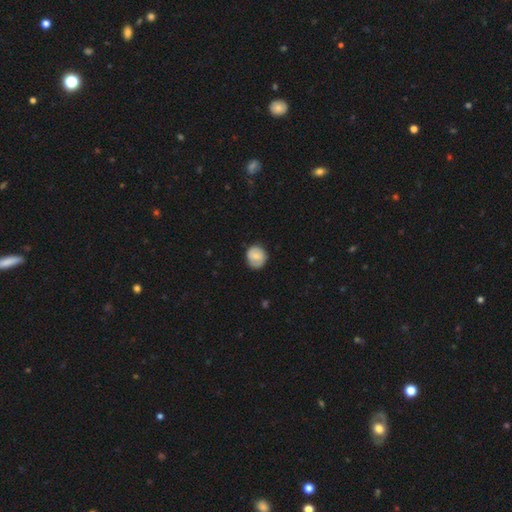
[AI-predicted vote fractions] Smooth or featured?
  - smooth: 75% *
  - featured or disk: 18%
  - star or artifact: 7%
How rounded?
  - round: 81% *
  - in between: 18%
  - cigar-shaped: 1%
Merging?
  - none: 77% *
  - minor disturbance: 18%
  - major disturbance: 3%
  - merger: 1%